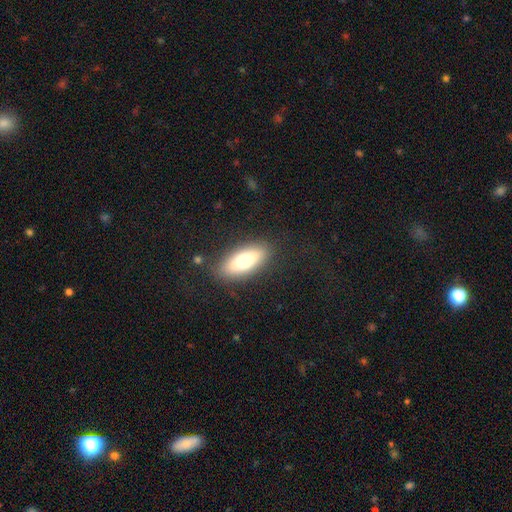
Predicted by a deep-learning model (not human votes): Smooth or featured: smooth — 68% (featured or disk — 24%)
How rounded: in between — 74% (cigar-shaped — 23%)
Merging: none — 83% (minor disturbance — 11%)